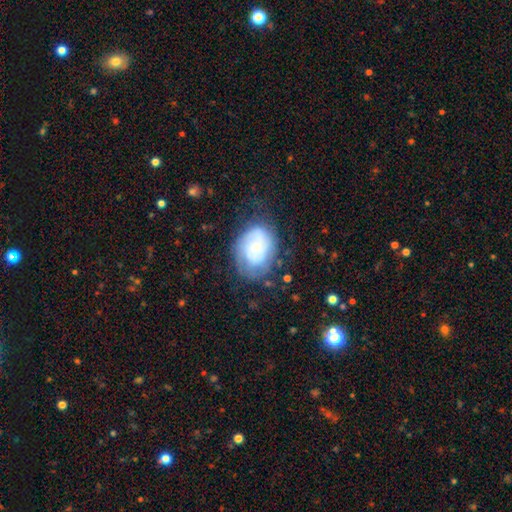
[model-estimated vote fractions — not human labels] Morphology: type=featured or disk (55%); edge-on=no (97%); bar=no (72%); spiral arms=yes (82%); bulge=small (60%); merging=none (58%).